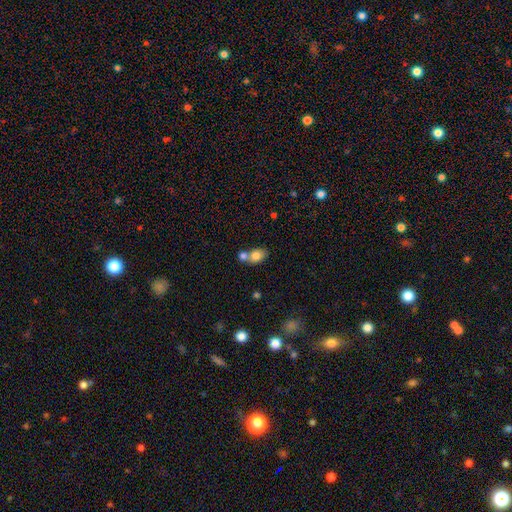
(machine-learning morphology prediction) Overall: smooth (80%). How rounded: in between (68%; round 30%). Merging: merger (53%; none 34%).